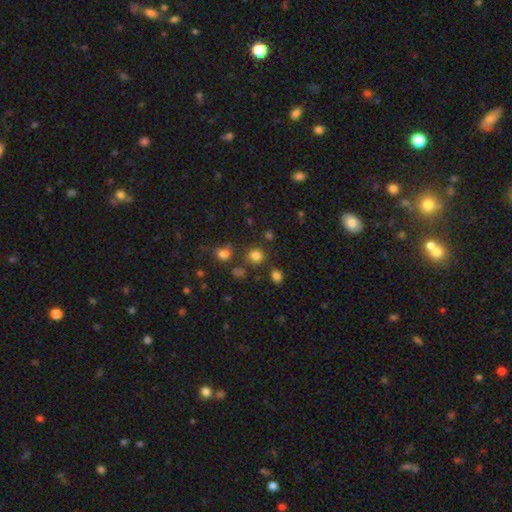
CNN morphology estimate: smooth-or-featured: smooth: 78% | star or artifact: 16% | featured or disk: 5%
  how-rounded: round: 86% | in between: 13% | cigar-shaped: 1%
  merging: none: 77% | merger: 10% | minor disturbance: 9% | major disturbance: 4%